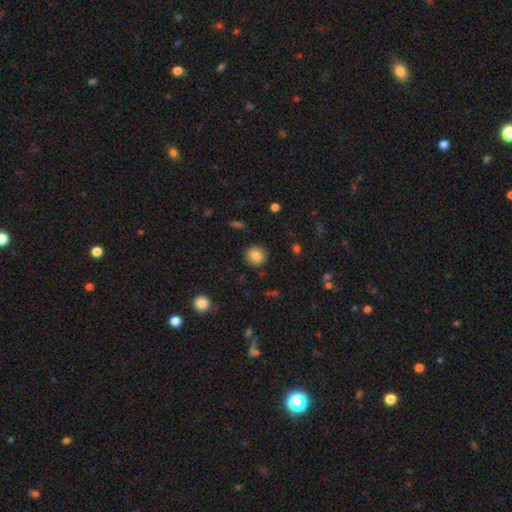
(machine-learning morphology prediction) This is clearly a smooth galaxy (83%). How rounded: clearly round (89%). Merging: clearly none (89%).